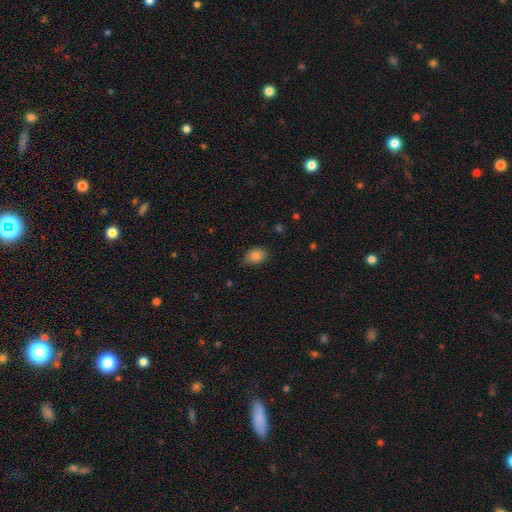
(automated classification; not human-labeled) smooth 83%, star or artifact 10%, featured or disk 8%. Down the decision tree: how rounded — in between (77%); merging — none (82%).